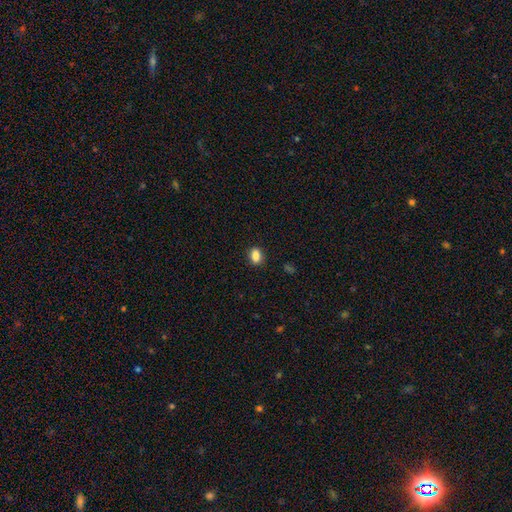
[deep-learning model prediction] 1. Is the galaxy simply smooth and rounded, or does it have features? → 85% smooth, 9% star or artifact, 5% featured or disk.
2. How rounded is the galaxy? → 73% in between, 25% round, 3% cigar-shaped.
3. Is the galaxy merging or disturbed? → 86% none, 10% minor disturbance, 2% major disturbance, 1% merger.